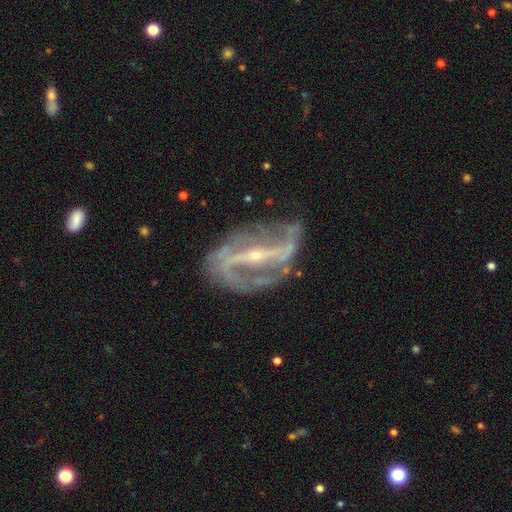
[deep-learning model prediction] smooth-or-featured: featured or disk: 90% | star or artifact: 6% | smooth: 4%
  disk-edge-on: no: 92% | yes: 8%
    bar: strong: 73% | weak: 18% | no: 10%
    has-spiral-arms: yes: 92% | no: 8%
      spiral-winding: loose: 40% | medium: 39% | tight: 21%
      spiral-arm-count: 2: 76% | can't tell: 9% | 3: 6% | 1: 4% | 4: 3% | more than 4: 3%
    bulge-size: small: 79% | moderate: 18% | none: 1% | large: 1% | dominant: 1%
  merging: none: 62% | minor disturbance: 22% | major disturbance: 14% | merger: 3%